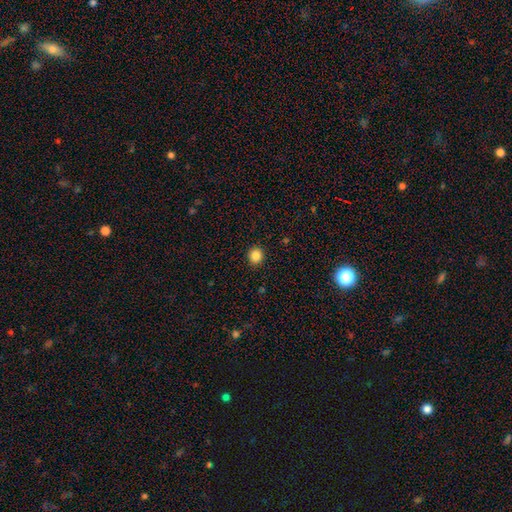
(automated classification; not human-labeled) A smooth galaxy with no disk features (85%) that is round (87%). Merging: none (92%).